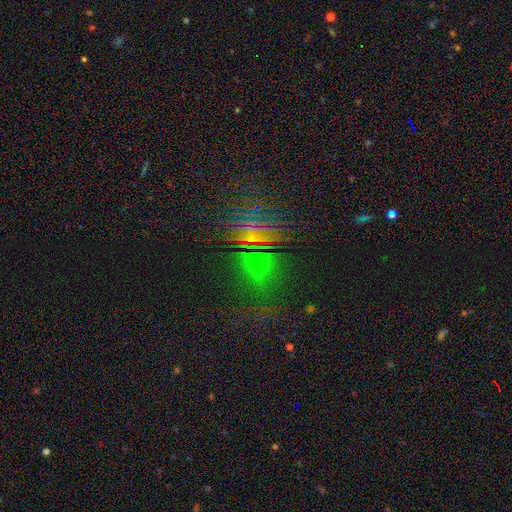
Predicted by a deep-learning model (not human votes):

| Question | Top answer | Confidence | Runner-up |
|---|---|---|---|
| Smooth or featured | star or artifact | 65% | smooth (24%) |